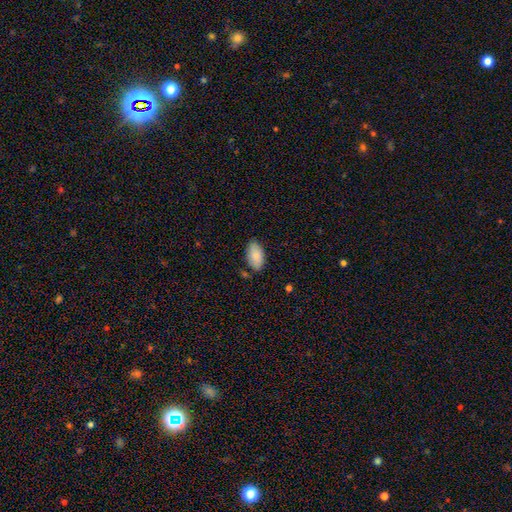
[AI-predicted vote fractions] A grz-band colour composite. It shows a smooth galaxy with no disk features (85%) that is in between round and cigar-shaped (95%). Merging: none (78%).